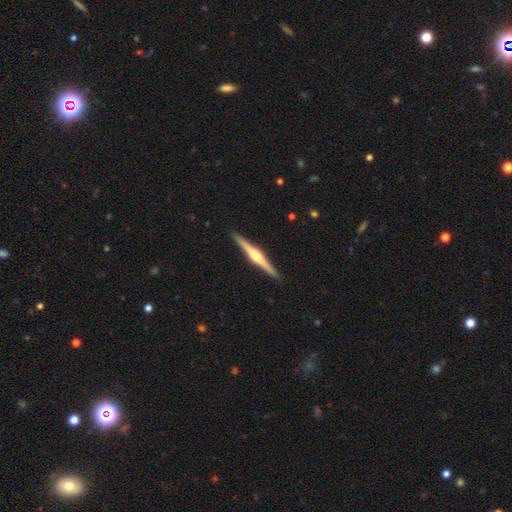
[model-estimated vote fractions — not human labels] This is likely a featured or disk galaxy (79%). It is clearly viewed edge-on (99%). Edge-on bulge: clearly rounded (89%). Merging: clearly none (92%).